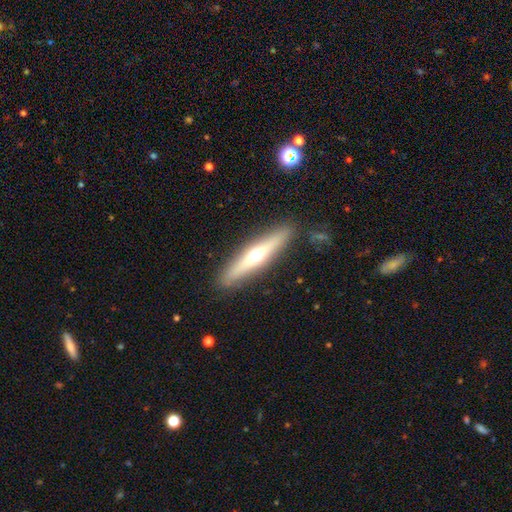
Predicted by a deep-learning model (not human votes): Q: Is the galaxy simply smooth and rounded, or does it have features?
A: featured or disk — 55%.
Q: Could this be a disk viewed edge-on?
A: yes — 91%.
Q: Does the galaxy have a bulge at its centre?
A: rounded — 92%.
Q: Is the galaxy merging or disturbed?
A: none — 89%.